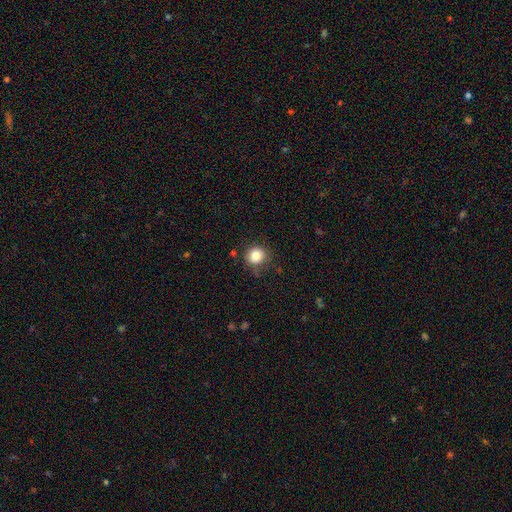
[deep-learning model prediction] The model was most divided on "merging": none: 81%, minor disturbance: 13%, major disturbance: 4%, merger: 2%. More confident: how rounded — round (87%); smooth or featured — smooth (83%).